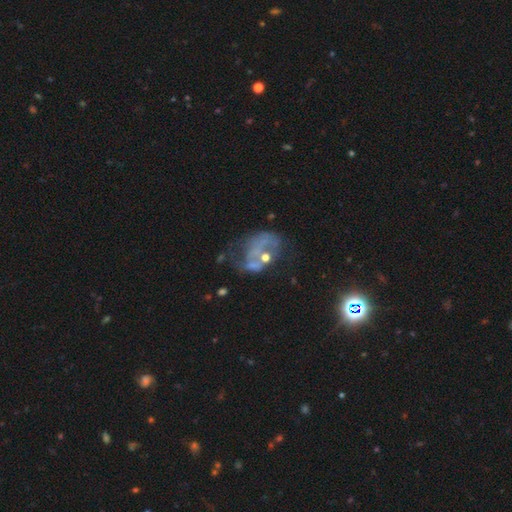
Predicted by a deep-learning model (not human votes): Smooth or featured? Predicted: featured or disk (p=0.57). Edge-on disk? Predicted: no (p=0.97). Bar? Predicted: no (p=0.77). Spiral arms? Predicted: no (p=0.64). Bulge size? Predicted: none (p=0.44). Merging? Predicted: major disturbance (p=0.34).